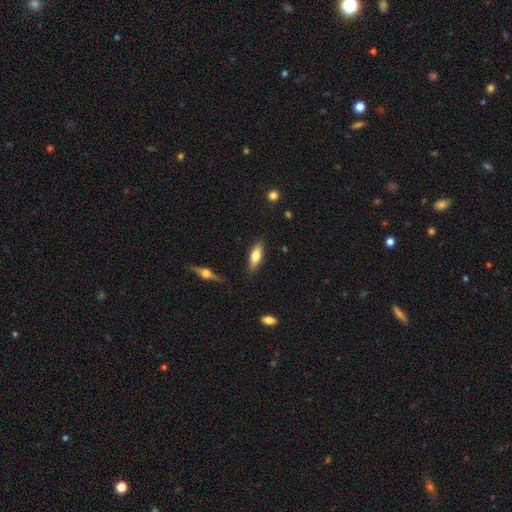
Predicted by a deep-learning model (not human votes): Morphology: type=smooth (59%); roundness=in between (55%); merging=none (84%).